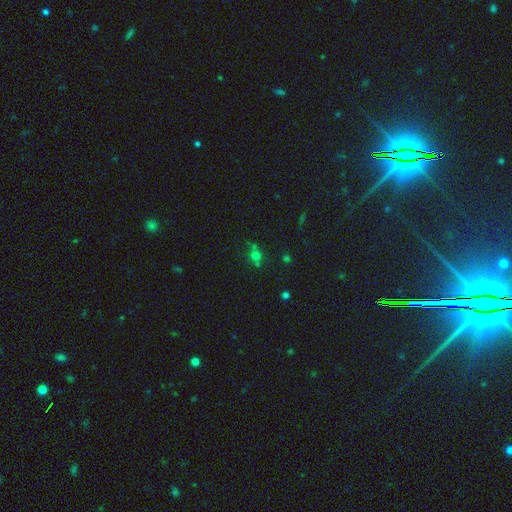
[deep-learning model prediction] Q: Smooth or featured?
A: smooth (55%); runner-up: star or artifact (31%)
Q: How rounded?
A: round (78%); runner-up: in between (19%)
Q: Merging?
A: none (61%); runner-up: merger (17%)